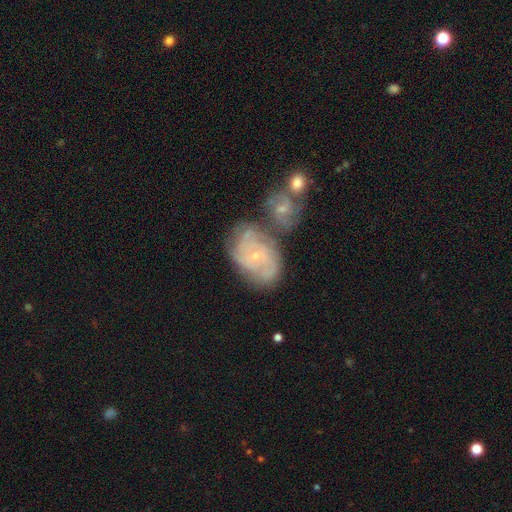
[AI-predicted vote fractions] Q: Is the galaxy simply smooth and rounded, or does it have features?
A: featured or disk — 76%.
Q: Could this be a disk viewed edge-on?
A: no — 97%.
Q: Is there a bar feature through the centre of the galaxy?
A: no — 74%.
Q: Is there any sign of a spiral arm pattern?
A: yes — 90%.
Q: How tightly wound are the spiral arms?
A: tight — 63%.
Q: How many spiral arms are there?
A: can't tell — 41%.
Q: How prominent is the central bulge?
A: small — 81%.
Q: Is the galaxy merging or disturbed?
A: none — 43%.